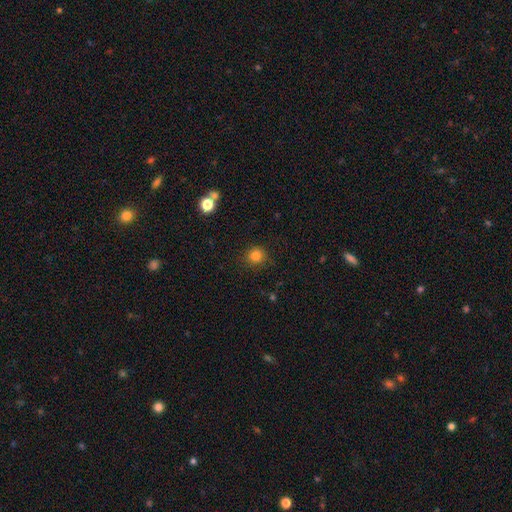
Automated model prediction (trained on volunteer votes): smooth 82%, star or artifact 13%, featured or disk 5%. Down the decision tree: how rounded — round (87%); merging — none (86%).